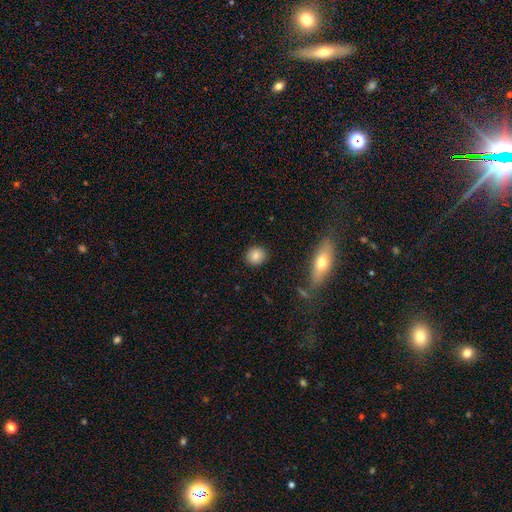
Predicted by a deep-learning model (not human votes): smooth 84%, star or artifact 9%, featured or disk 8%. Down the decision tree: how rounded — round (83%); merging — none (89%).